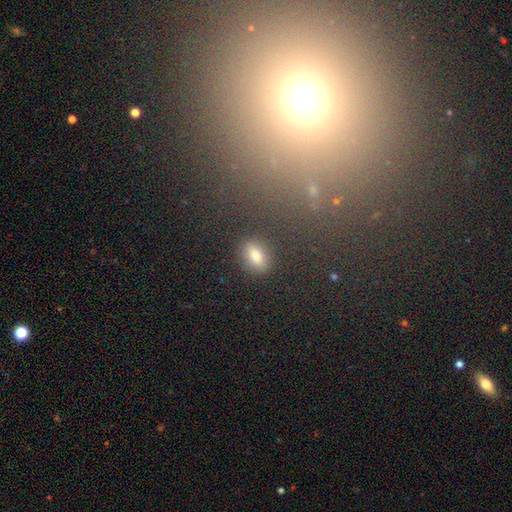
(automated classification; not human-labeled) Smooth or featured? smooth (80%)
How rounded? in between (80%)
Merging? none (83%)